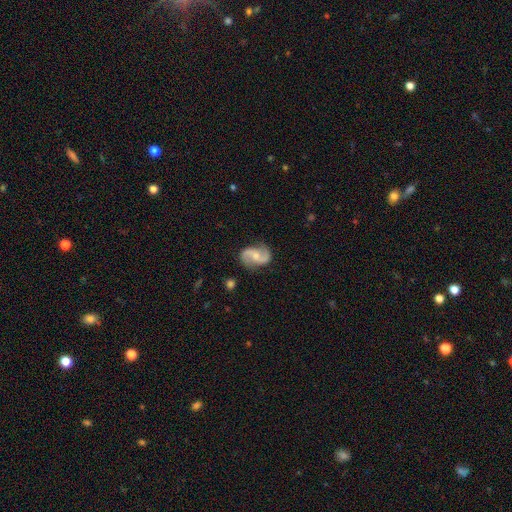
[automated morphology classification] featured or disk 86%, smooth 9%, star or artifact 5%. Down the decision tree: edge-on disk — no (98%); bar — no (46%); spiral arms — yes (97%); spiral arm count — 2 (94%); spiral winding — loose (45%); bulge size — moderate (45%, tied with small); merging — none (82%).